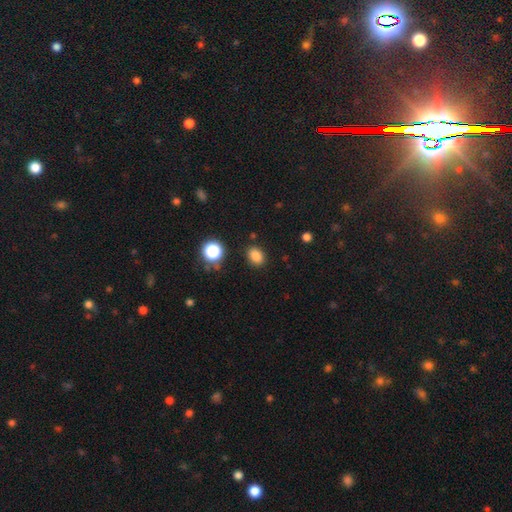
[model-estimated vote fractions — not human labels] smooth 82%, star or artifact 13%, featured or disk 4%. Down the decision tree: how rounded — in between (69%); merging — none (86%).